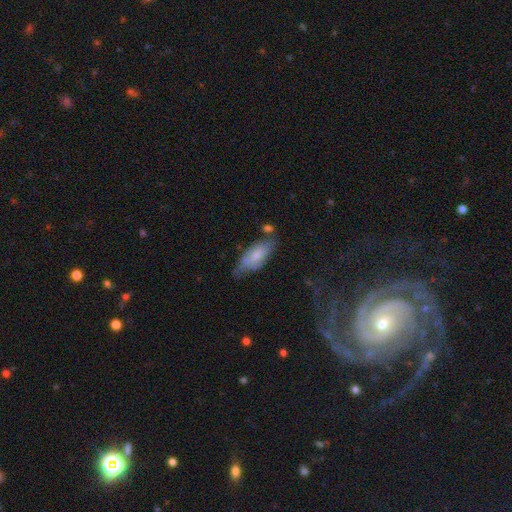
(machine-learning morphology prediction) This appears to be a smooth galaxy with no disk features (63%) that is in between round and cigar-shaped (77%). Merging: none (48%).